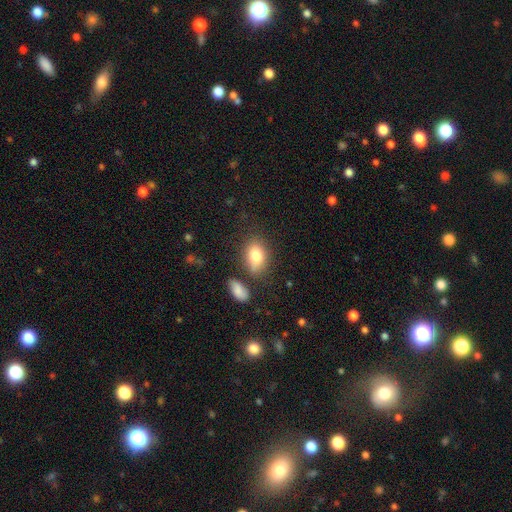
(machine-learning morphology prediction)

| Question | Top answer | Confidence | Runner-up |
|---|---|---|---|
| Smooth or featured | smooth | 81% | featured or disk (11%) |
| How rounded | in between | 82% | round (16%) |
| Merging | none | 71% | minor disturbance (16%) |